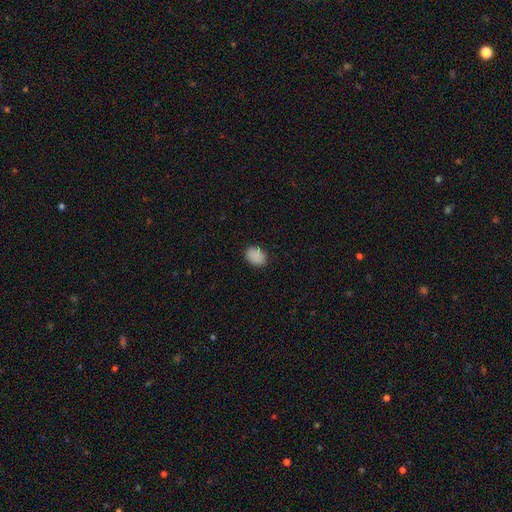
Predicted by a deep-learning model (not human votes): Smooth or featured? smooth (88%)
How rounded? in between (70%)
Merging? none (86%)